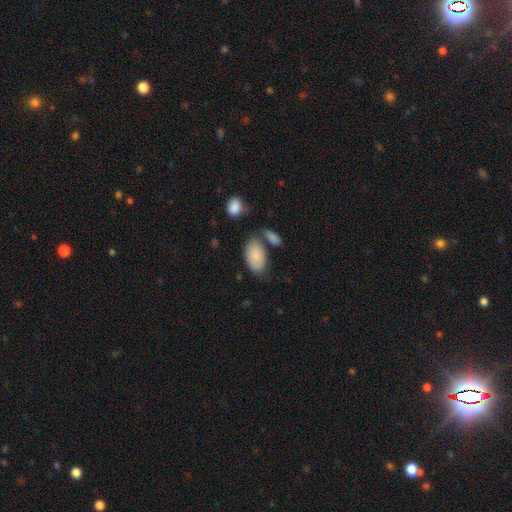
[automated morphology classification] The model was most divided on "merging": none: 63%, minor disturbance: 17%, merger: 15%, major disturbance: 6%. More confident: how rounded — in between (94%); smooth or featured — smooth (86%).